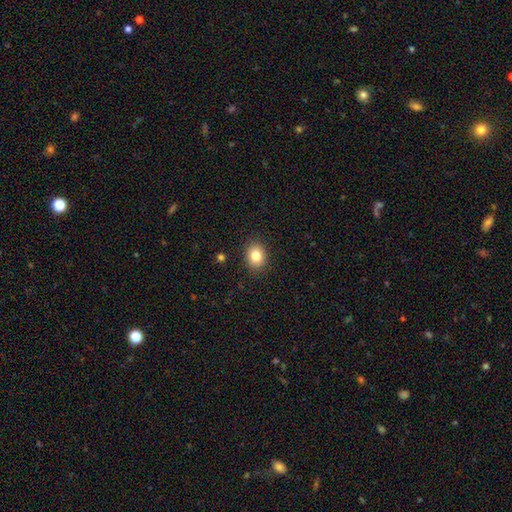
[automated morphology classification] smooth-or-featured: smooth: 83% | star or artifact: 10% | featured or disk: 8%
  how-rounded: in between: 50% | round: 49% | cigar-shaped: 1%
  merging: none: 89% | minor disturbance: 8% | major disturbance: 2% | merger: 1%